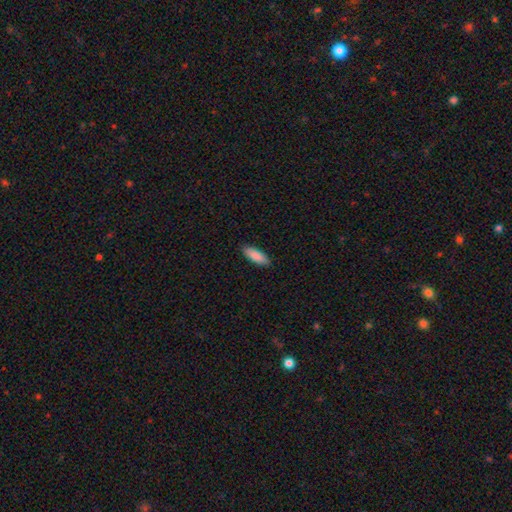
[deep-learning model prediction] smooth-or-featured: smooth: 89% | featured or disk: 6% | star or artifact: 5%
  how-rounded: in between: 65% | cigar-shaped: 33% | round: 2%
  merging: none: 89% | minor disturbance: 8% | major disturbance: 2% | merger: 1%